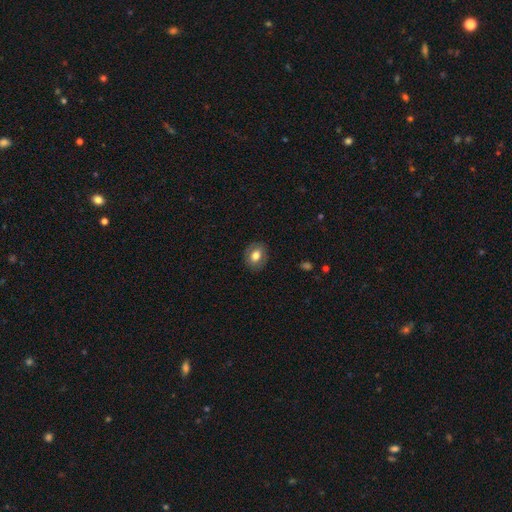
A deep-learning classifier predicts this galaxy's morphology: type=smooth (70%); roundness=round (57%); merging=none (86%).